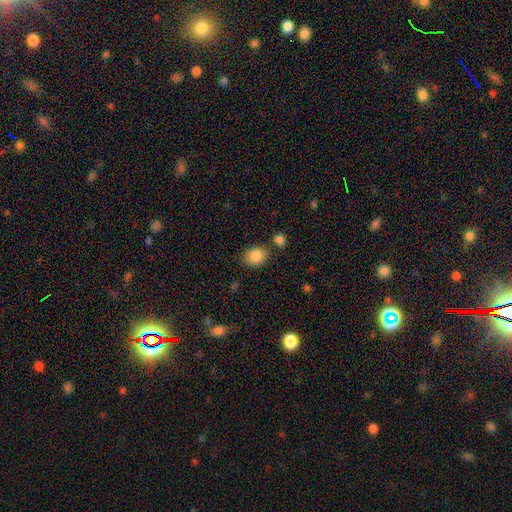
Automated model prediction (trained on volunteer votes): Morphology: type=smooth (87%); roundness=in between (62%); merging=none (75%).